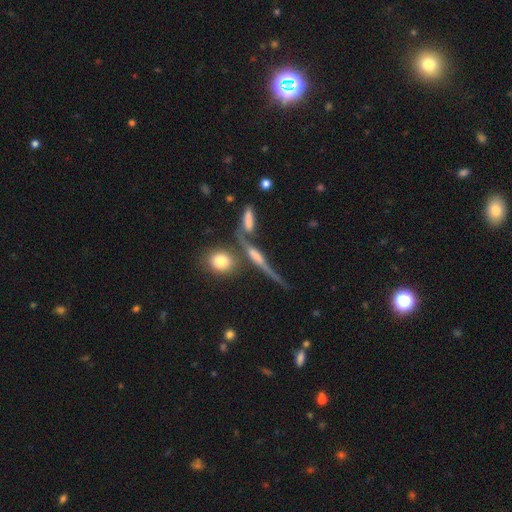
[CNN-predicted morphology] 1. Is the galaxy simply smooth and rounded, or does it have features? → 62% featured or disk, 26% smooth, 12% star or artifact.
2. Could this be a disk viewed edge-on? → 86% yes, 14% no.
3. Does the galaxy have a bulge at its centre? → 45% rounded, 31% none, 24% boxy.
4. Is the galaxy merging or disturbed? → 60% none, 18% merger, 15% minor disturbance, 8% major disturbance.